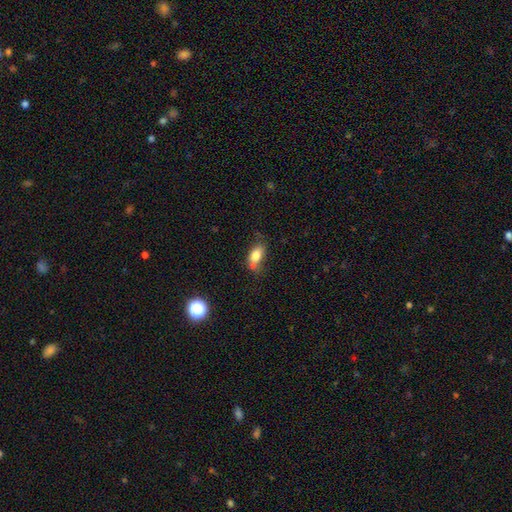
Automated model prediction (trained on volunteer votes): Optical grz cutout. It shows a smooth galaxy with no disk features (78%) that is in between round and cigar-shaped (84%). Merging: none (48%).